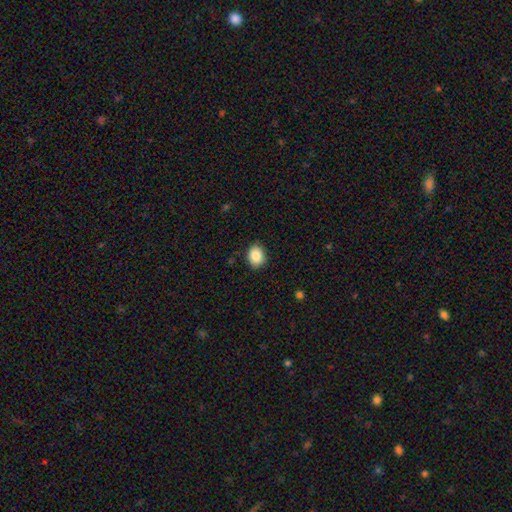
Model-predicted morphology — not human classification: Q: Smooth or featured?
A: smooth (88%); runner-up: star or artifact (8%)
Q: How rounded?
A: in between (57%); runner-up: round (42%)
Q: Merging?
A: none (86%); runner-up: minor disturbance (11%)